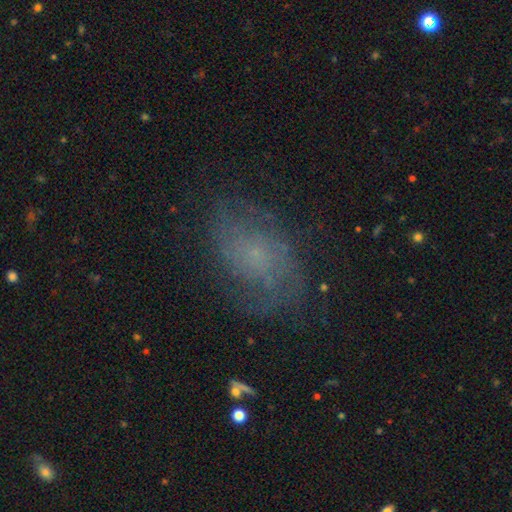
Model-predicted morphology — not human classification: The model was most divided on "smooth or featured": featured or disk: 56%, smooth: 29%, star or artifact: 15%. More confident: edge-on disk — no (96%); spiral arms — yes (82%); bar — no (78%); merging — none (71%); bulge size — small (58%).